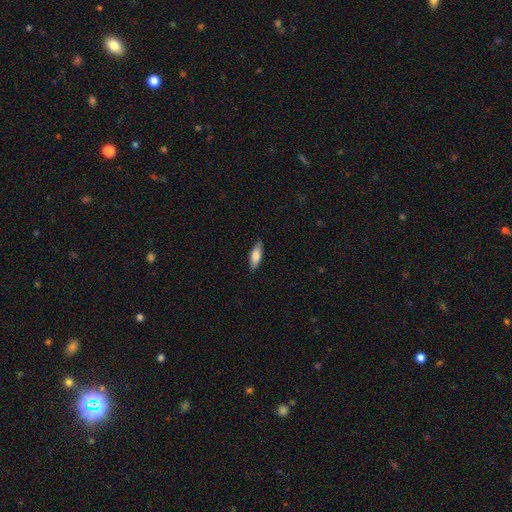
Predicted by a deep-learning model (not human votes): The model was most divided on "how rounded": in between: 60%, cigar-shaped: 38%, round: 2%. More confident: merging — none (87%); smooth or featured — smooth (79%).